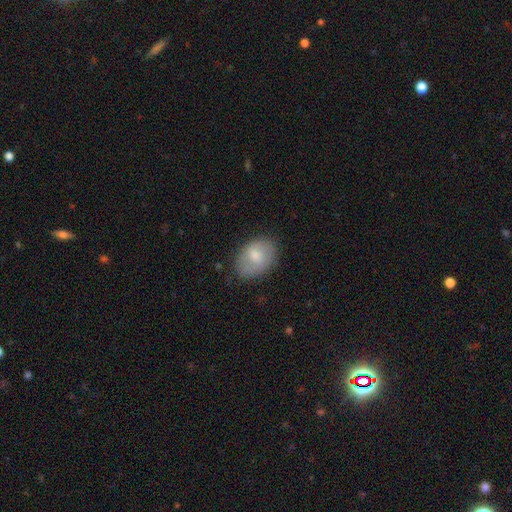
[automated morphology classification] smooth 71%, featured or disk 22%, star or artifact 7%. Down the decision tree: how rounded — in between (77%); merging — none (73%).